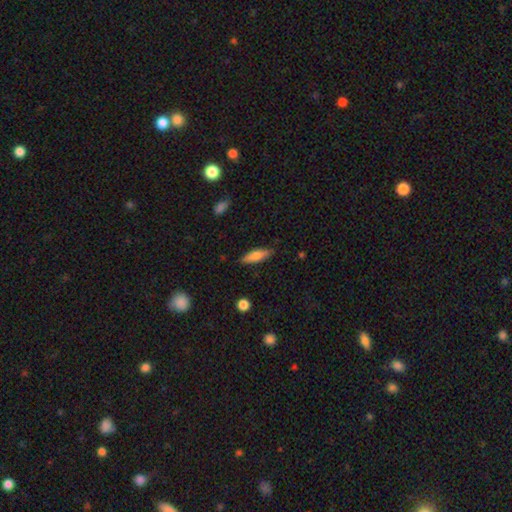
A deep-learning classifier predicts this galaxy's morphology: A smooth galaxy with no disk features (71%) that is cigar-shaped (56%).

Vote fractions:
- Smooth or featured? smooth: 71% / featured or disk: 23% / star or artifact: 7%
- How rounded? cigar-shaped: 56% / in between: 42% / round: 2%
- Merging? none: 85% / minor disturbance: 12% / major disturbance: 2% / merger: 1%